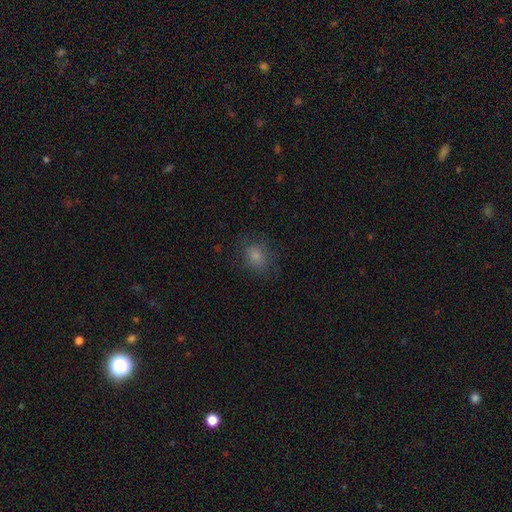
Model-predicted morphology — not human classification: Smooth or featured?
  - smooth: 66% *
  - star or artifact: 20%
  - featured or disk: 14%
How rounded?
  - round: 53% *
  - in between: 45%
  - cigar-shaped: 1%
Merging?
  - none: 77% *
  - minor disturbance: 15%
  - major disturbance: 7%
  - merger: 1%